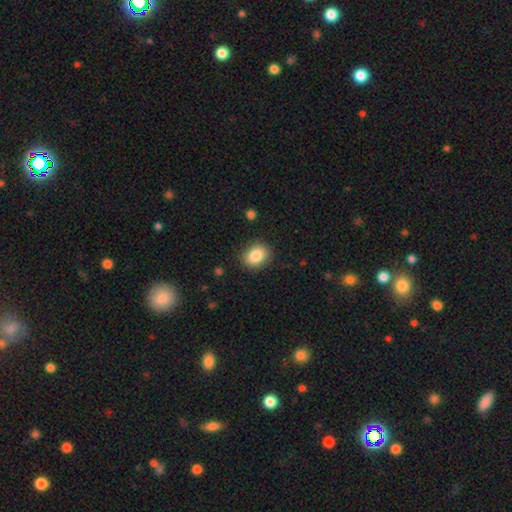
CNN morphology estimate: Smooth or featured: smooth — 85% (star or artifact — 9%)
How rounded: in between — 56% (round — 43%)
Merging: none — 86% (minor disturbance — 10%)